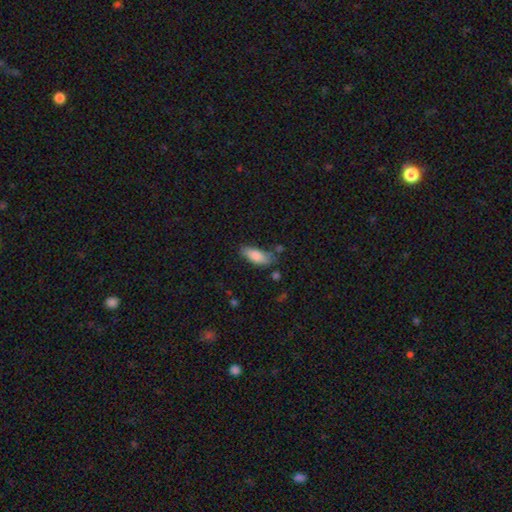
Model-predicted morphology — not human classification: smooth_or_featured: smooth (p=0.83) [alt: featured or disk p=0.10]
how_rounded: in between (p=0.74) [alt: cigar-shaped p=0.24]
merging: none (p=0.65) [alt: minor disturbance p=0.23]